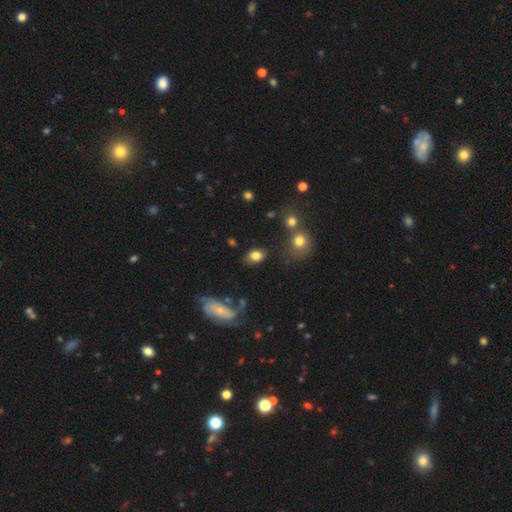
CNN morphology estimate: This appears to be a smooth galaxy with no disk features (81%) that is in between round and cigar-shaped (74%). Merging: none (77%).